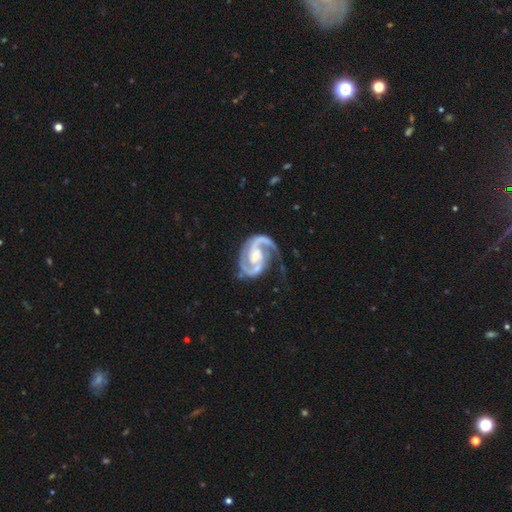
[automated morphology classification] Smooth or featured? featured or disk (94%)
Edge-on disk? no (98%)
Bar? weak (40%, tied with no)
Spiral arms? yes (98%)
Spiral winding? medium (58%)
Spiral arm count? 2 (91%)
Bulge size? moderate (45%)
Merging? none (65%)